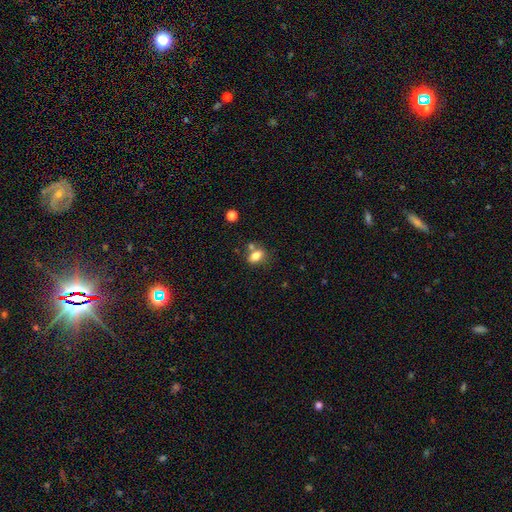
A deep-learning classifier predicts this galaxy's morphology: A smooth galaxy with no disk features (79%) that is in between round and cigar-shaped (78%).

Vote fractions:
- Smooth or featured? smooth: 79% / featured or disk: 11% / star or artifact: 10%
- How rounded? in between: 78% / round: 19% / cigar-shaped: 3%
- Merging? none: 58% / merger: 23% / minor disturbance: 15% / major disturbance: 5%